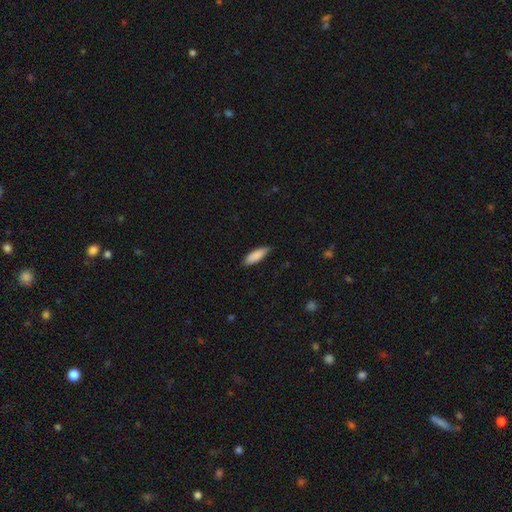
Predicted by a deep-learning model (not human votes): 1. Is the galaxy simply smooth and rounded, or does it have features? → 87% smooth, 7% featured or disk, 6% star or artifact.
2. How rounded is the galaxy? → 53% in between, 46% cigar-shaped, 2% round.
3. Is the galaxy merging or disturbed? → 81% none, 16% minor disturbance, 2% major disturbance, 1% merger.